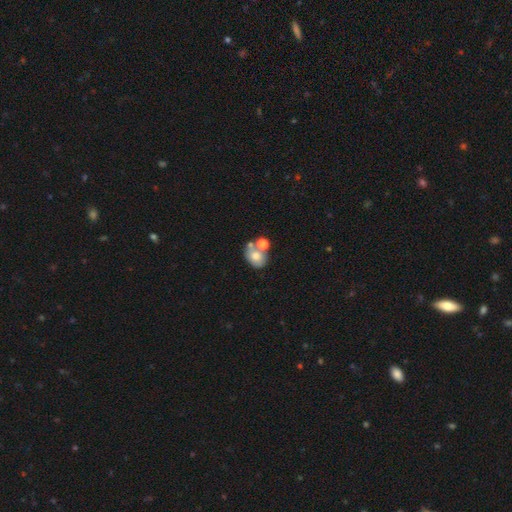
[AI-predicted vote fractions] Overall: smooth (67%). How rounded: in between (54%; round 45%). Merging: merger (41%; none 38%).